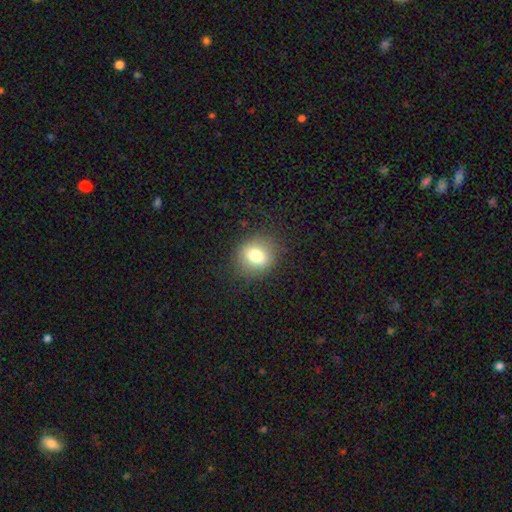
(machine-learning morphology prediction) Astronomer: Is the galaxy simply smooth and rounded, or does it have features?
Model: smooth — 76%.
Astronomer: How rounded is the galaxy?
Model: round — 67%.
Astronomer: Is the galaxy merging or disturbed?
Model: none — 85%.